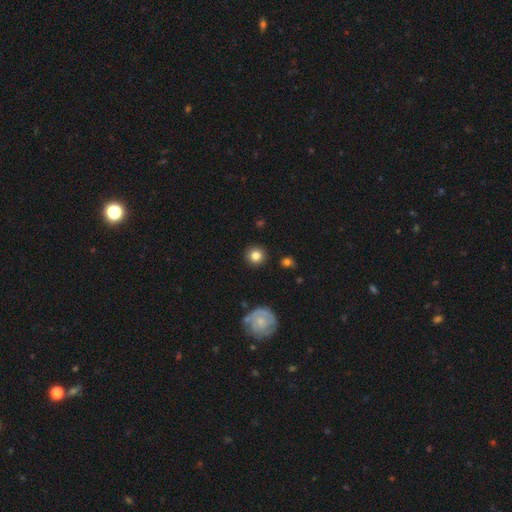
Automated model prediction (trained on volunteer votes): Smooth or featured? smooth (82%)
How rounded? round (93%)
Merging? none (89%)